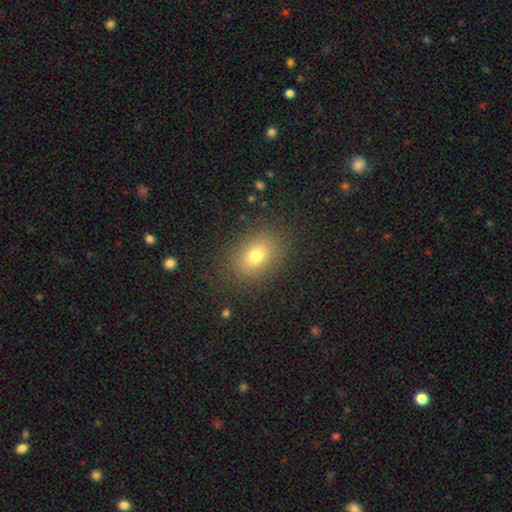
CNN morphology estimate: This is likely a smooth galaxy (77%). How rounded: likely in between (74%). Merging: clearly none (85%).